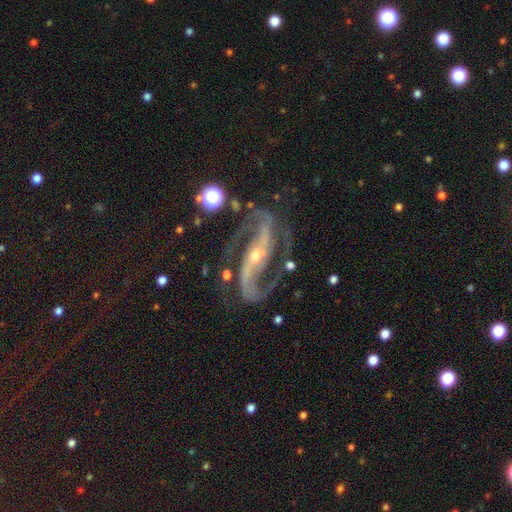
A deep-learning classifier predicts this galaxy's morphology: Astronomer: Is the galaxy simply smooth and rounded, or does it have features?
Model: featured or disk — 92%.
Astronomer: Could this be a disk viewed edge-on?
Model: no — 96%.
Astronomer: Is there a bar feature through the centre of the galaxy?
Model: strong — 62%.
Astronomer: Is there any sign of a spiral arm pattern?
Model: yes — 98%.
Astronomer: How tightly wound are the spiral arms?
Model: medium — 55% (runner-up: loose, 34%).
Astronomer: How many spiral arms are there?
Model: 2 — 93%.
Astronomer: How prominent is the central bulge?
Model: small — 62%.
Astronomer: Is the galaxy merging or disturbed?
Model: none — 70%.